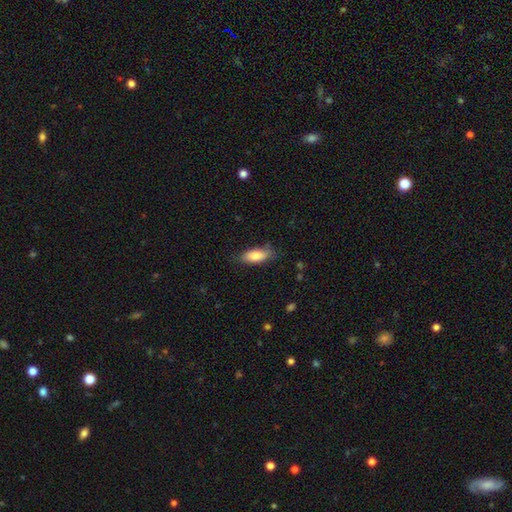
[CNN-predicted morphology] Overall: smooth (83%). How rounded: in between (79%). Merging: none (76%).